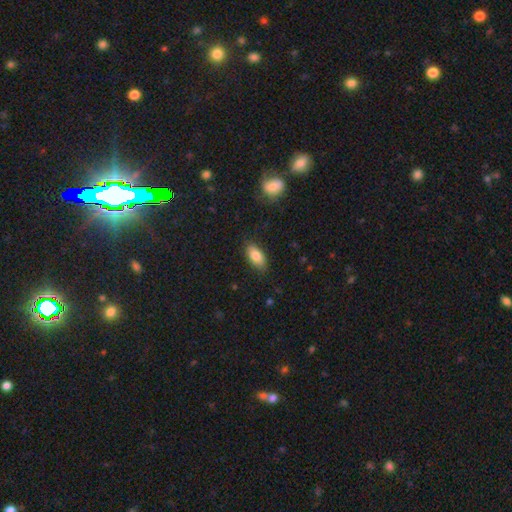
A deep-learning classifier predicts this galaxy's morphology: smooth 84%, featured or disk 9%, star or artifact 7%. Down the decision tree: how rounded — in between (90%); merging — none (83%).